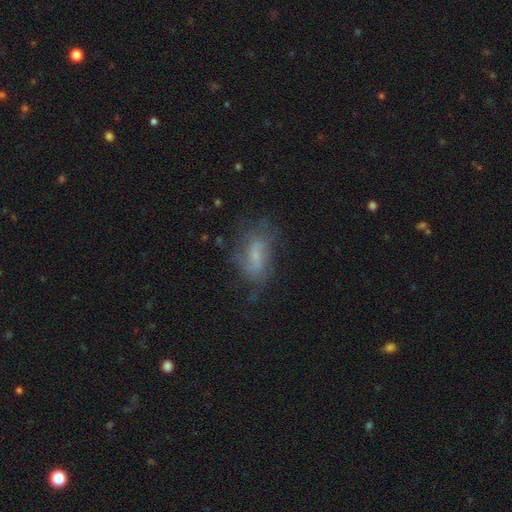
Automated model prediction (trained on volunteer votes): Smooth or featured: featured or disk — 49% (smooth — 39%)
Merging: none — 54% (minor disturbance — 25%)